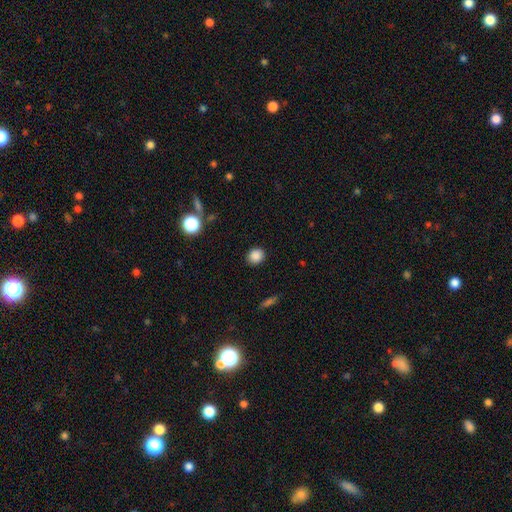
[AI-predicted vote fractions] Smooth or featured? smooth (87%)
How rounded? round (79%)
Merging? none (90%)